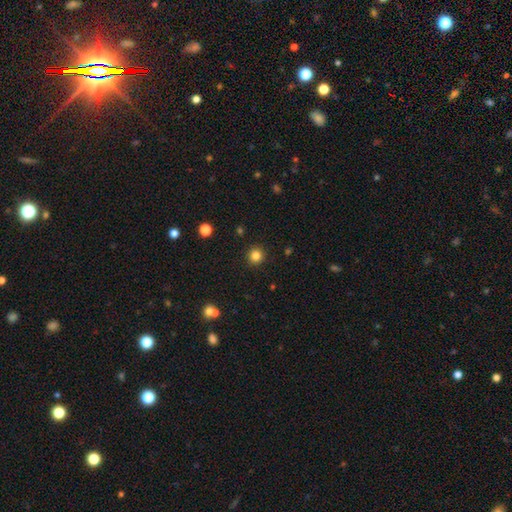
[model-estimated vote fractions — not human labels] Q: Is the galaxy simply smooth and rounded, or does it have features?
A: smooth — 83%.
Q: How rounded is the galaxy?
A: round — 94%.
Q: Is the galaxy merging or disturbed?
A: none — 92%.